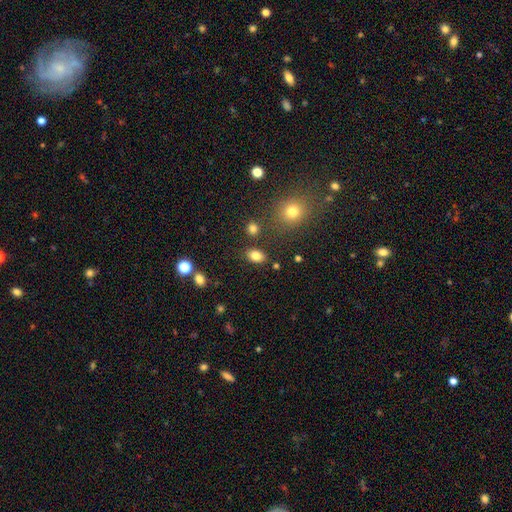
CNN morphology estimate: This is clearly a smooth galaxy (83%). How rounded: clearly in between (82%). Merging: clearly none (81%).